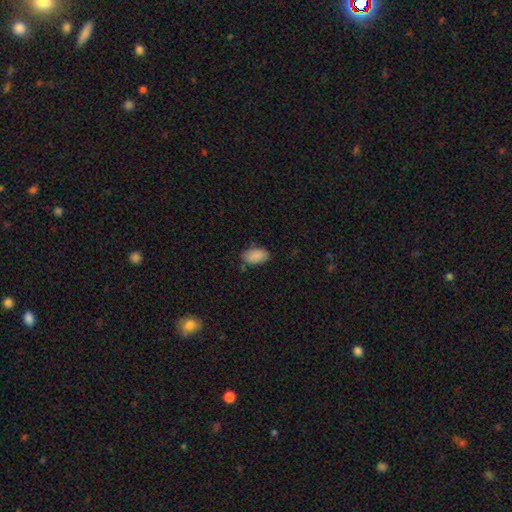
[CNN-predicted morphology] This is clearly a smooth galaxy (88%). How rounded: clearly in between (93%). Merging: likely none (74%).